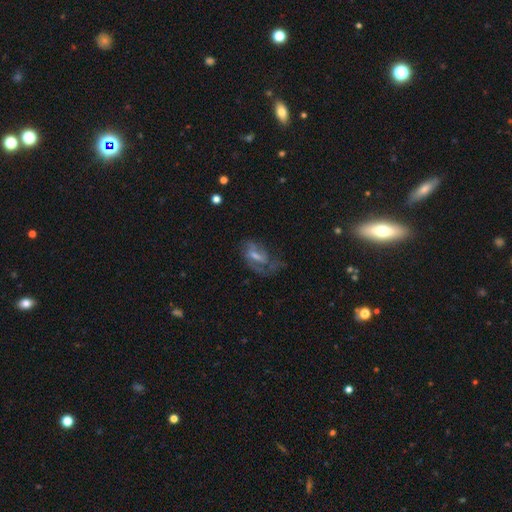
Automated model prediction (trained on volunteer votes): This is likely a featured or disk galaxy (61%). It is clearly not viewed edge-on (93%). Bar: possibly weak (47%). Spiral arm pattern: likely yes (68%). Central bulge: marginally moderate (38%). Merging: marginally major disturbance (37%, tied with none).